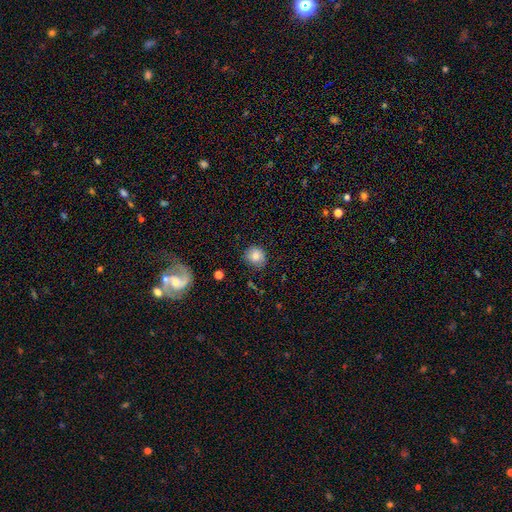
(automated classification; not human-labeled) This is clearly a smooth galaxy (82%). How rounded: clearly round (82%). Merging: likely none (76%).